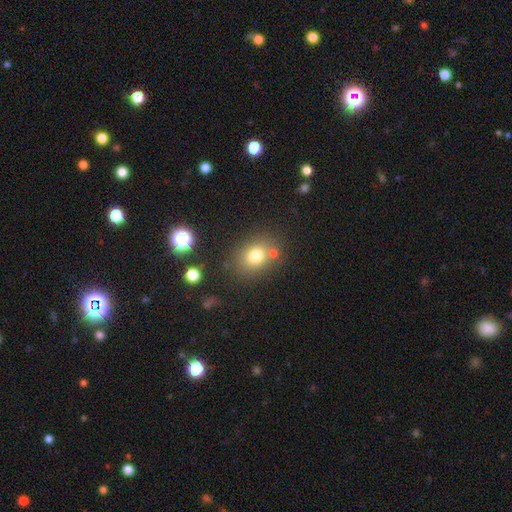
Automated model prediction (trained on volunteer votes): Smooth or featured: smooth — 75% (star or artifact — 14%)
How rounded: round — 54% (in between — 45%)
Merging: none — 70% (merger — 13%)